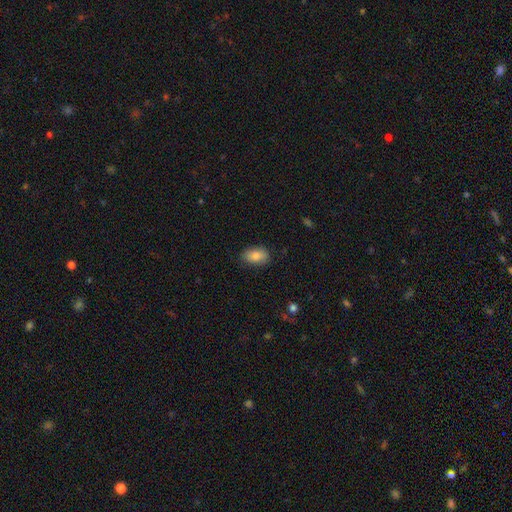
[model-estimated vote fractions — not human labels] Smooth or featured: smooth — 84% (featured or disk — 9%)
How rounded: in between — 90% (round — 9%)
Merging: none — 84% (minor disturbance — 12%)